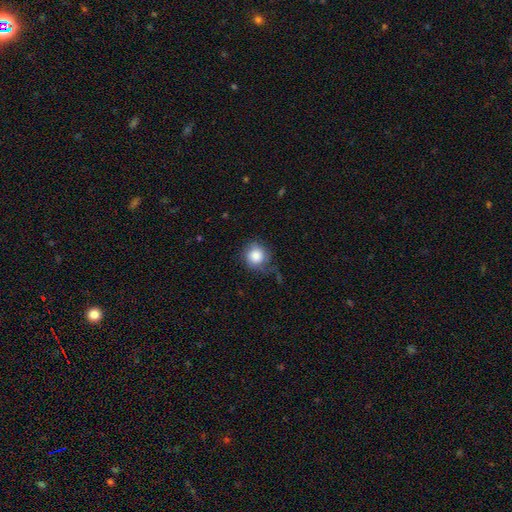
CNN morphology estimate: A smooth galaxy with no disk features (82%) that is round (85%). Merging: none (58%).